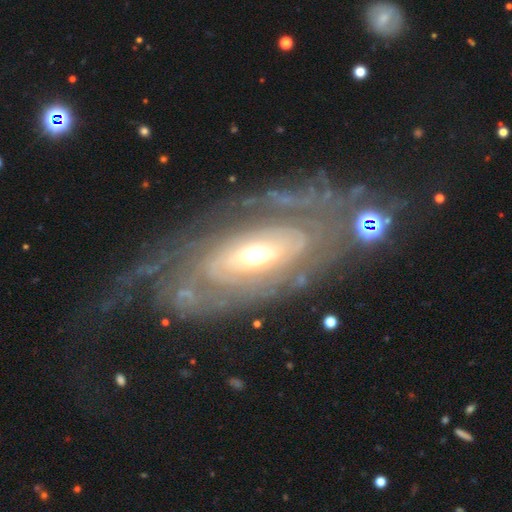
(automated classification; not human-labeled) This appears to be a featured or disk galaxy (85%) with no bar (63%), tight (69%) spiral arms (81%) and a moderate central bulge (65%). Merging: none (64%).